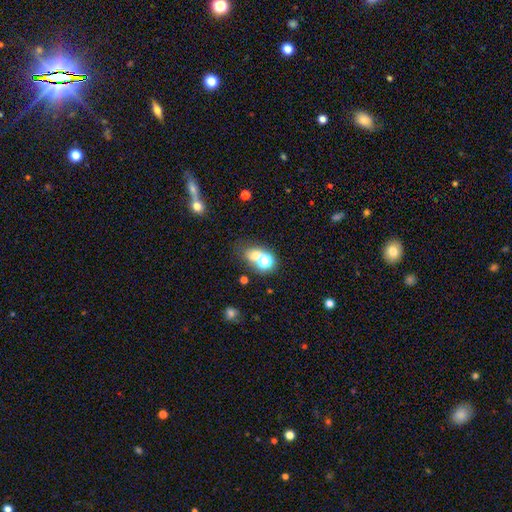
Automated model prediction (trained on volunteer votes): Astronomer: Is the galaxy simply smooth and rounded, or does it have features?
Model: smooth — 60%.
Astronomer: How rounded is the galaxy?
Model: round — 59% (runner-up: in between, 40%).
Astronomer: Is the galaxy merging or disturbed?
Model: none — 45% (runner-up: merger, 39%).